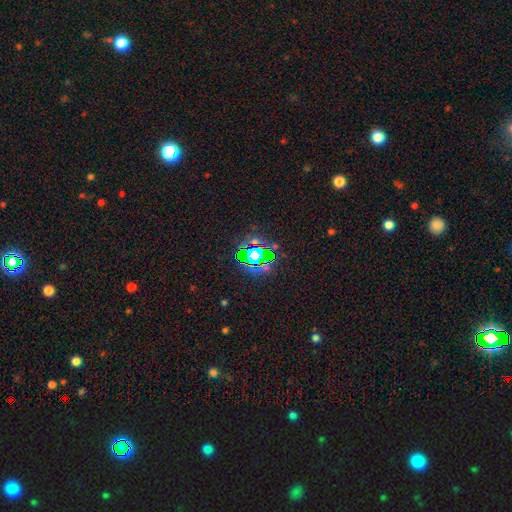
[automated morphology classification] Smooth or featured? star or artifact (67%)